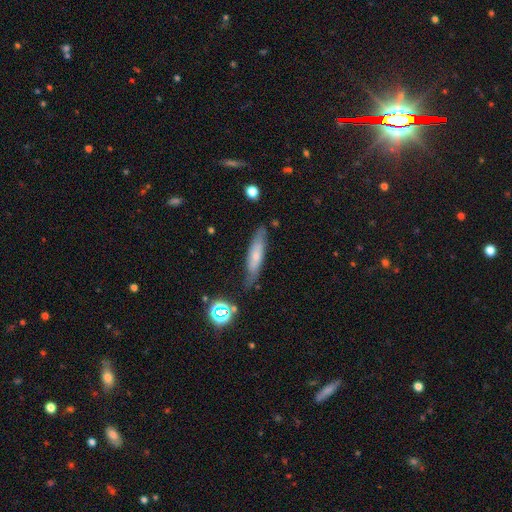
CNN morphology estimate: smooth_or_featured: smooth (p=0.56) [alt: featured or disk p=0.36]
how_rounded: cigar-shaped (p=0.80) [alt: in between p=0.18]
merging: none (p=0.75) [alt: minor disturbance p=0.19]